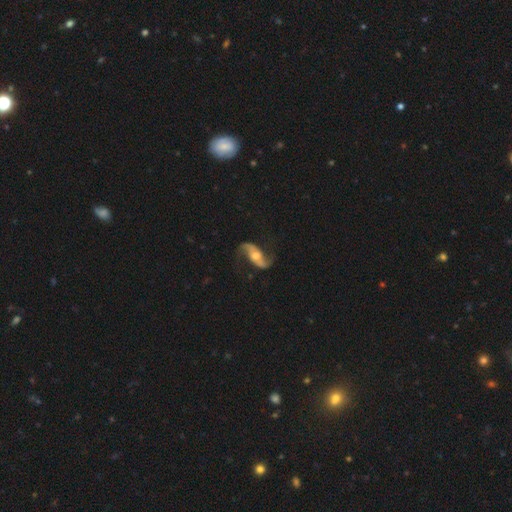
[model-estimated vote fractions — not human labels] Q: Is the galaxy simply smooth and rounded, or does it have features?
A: featured or disk — 87%.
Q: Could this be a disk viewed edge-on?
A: no — 94%.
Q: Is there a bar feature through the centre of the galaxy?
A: no — 41%.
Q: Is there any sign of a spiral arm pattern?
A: yes — 96%.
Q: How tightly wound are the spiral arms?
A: loose — 77%.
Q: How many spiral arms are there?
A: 2 — 94%.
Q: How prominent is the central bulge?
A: moderate — 59%.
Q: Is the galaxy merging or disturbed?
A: none — 78%.